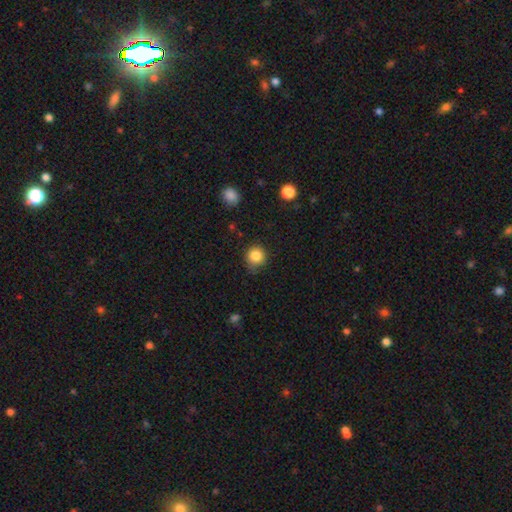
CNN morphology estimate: This appears to be a smooth galaxy with no disk features (84%) that is round (90%). Merging: none (78%).